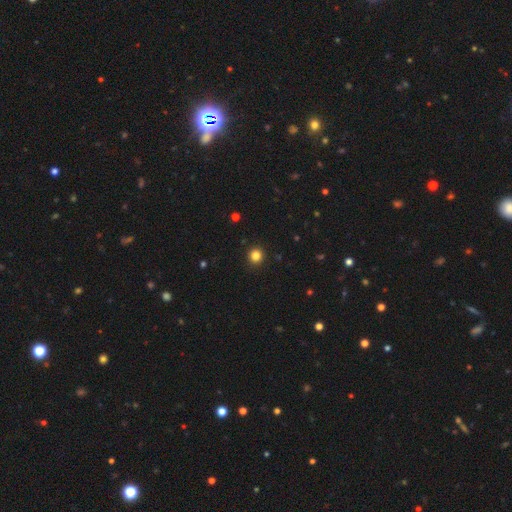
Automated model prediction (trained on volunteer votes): This appears to be a smooth galaxy with no disk features (83%) that is round (93%). Merging: none (93%).